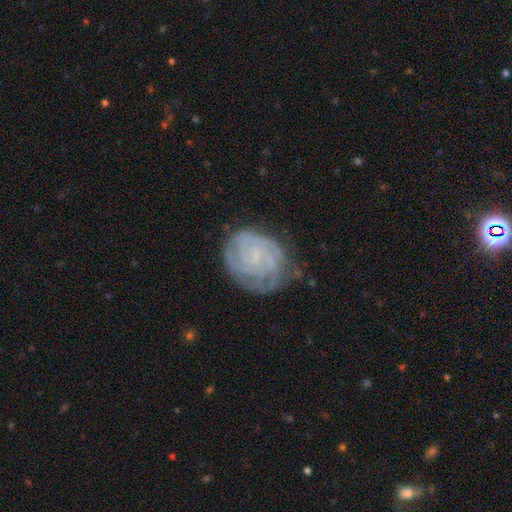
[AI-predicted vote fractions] This is clearly a featured or disk galaxy (84%). It is clearly not viewed edge-on (98%). Bar: likely no (63%). Spiral arm pattern: clearly yes (97%). Spiral arm count: marginally can't tell (25%). Spiral winding: clearly tight (80%). Central bulge: likely small (65%). Merging: likely none (71%).